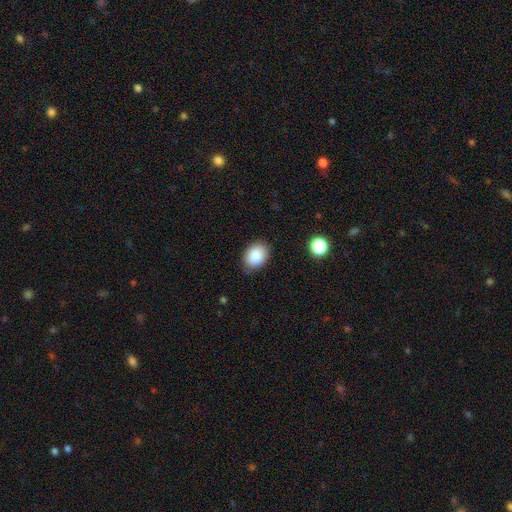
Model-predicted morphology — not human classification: This is clearly a smooth galaxy (88%). How rounded: likely in between (69%). Merging: clearly none (82%).